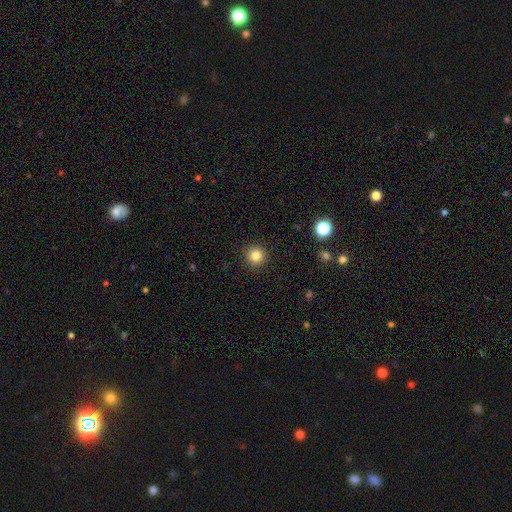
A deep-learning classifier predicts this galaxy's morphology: Q: Smooth or featured?
A: smooth (83%); runner-up: star or artifact (12%)
Q: How rounded?
A: round (95%); runner-up: in between (4%)
Q: Merging?
A: none (92%); runner-up: minor disturbance (5%)